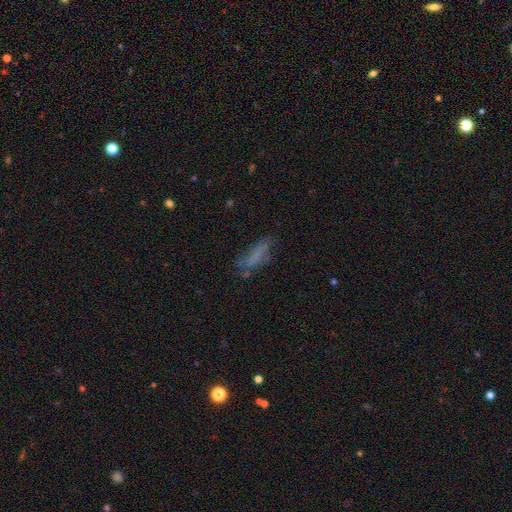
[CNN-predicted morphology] This is possibly a smooth galaxy (58%). How rounded: possibly cigar-shaped (50%). Merging: possibly none (53%).